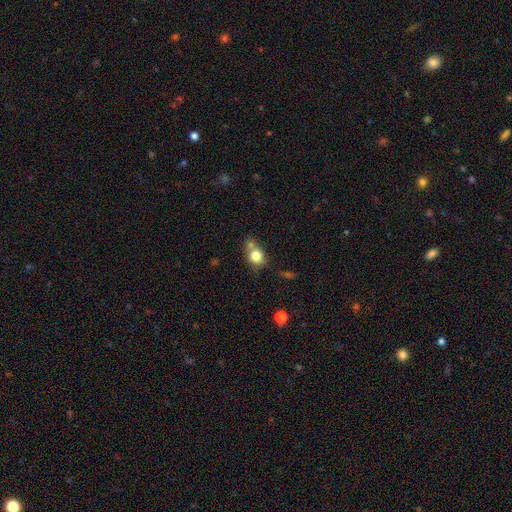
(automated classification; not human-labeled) A smooth galaxy with no disk features (78%) that is round (67%).

Vote fractions:
- Smooth or featured? smooth: 78% / featured or disk: 12% / star or artifact: 10%
- How rounded? round: 67% / in between: 32% / cigar-shaped: 1%
- Merging? none: 46% / merger: 32% / minor disturbance: 15% / major disturbance: 6%